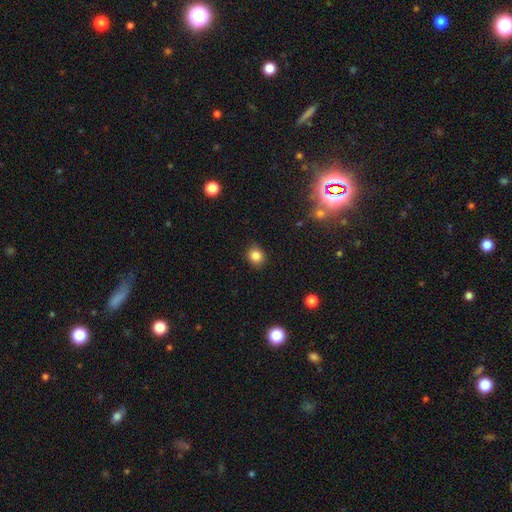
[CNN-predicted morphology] Smooth or featured?
  - smooth: 84% *
  - star or artifact: 11%
  - featured or disk: 5%
How rounded?
  - round: 73% *
  - in between: 26%
  - cigar-shaped: 1%
Merging?
  - none: 86% *
  - minor disturbance: 11%
  - major disturbance: 2%
  - merger: 1%